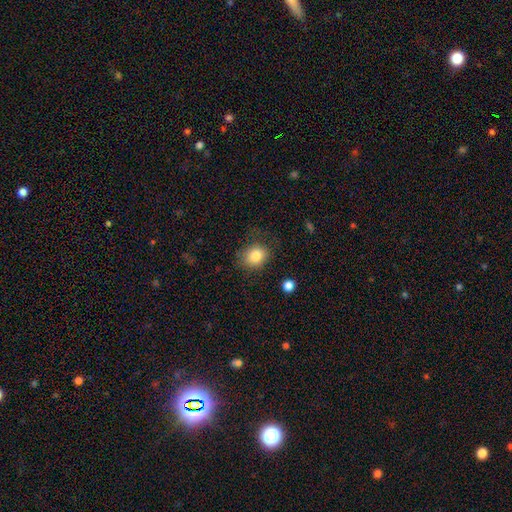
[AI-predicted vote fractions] smooth-or-featured: smooth: 82% | star or artifact: 10% | featured or disk: 8%
  how-rounded: round: 64% | in between: 35% | cigar-shaped: 1%
  merging: none: 73% | minor disturbance: 18% | major disturbance: 7% | merger: 2%